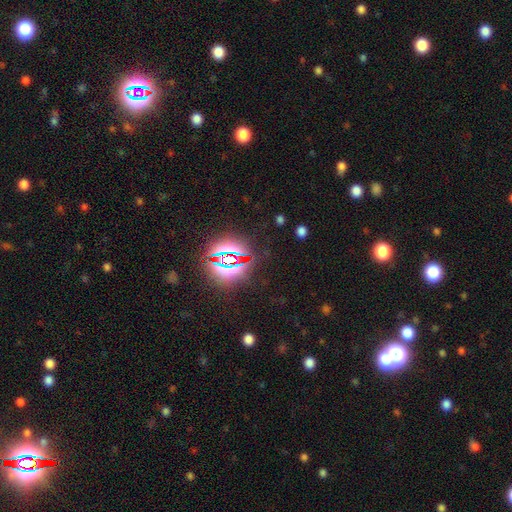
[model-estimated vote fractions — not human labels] Smooth or featured? Predicted: star or artifact (p=0.81).